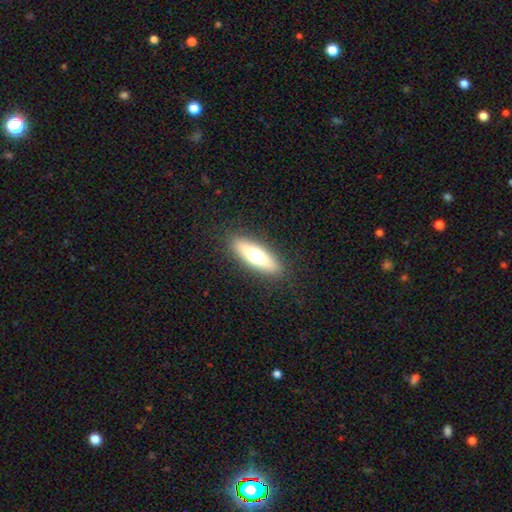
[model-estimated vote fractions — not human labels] The model was most divided on "how rounded": cigar-shaped: 53%, in between: 44%, round: 3%. More confident: merging — none (88%); smooth or featured — smooth (59%).